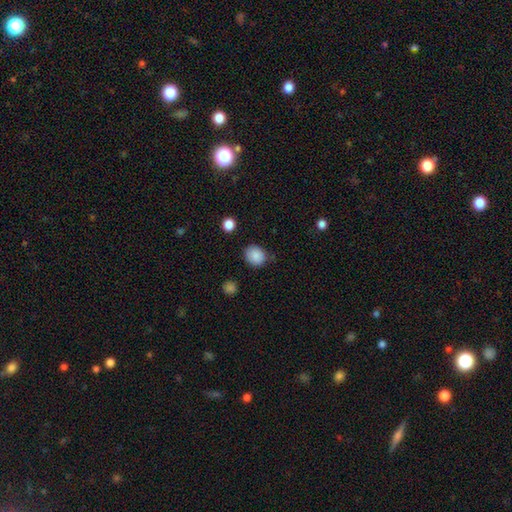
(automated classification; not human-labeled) A smooth galaxy with no disk features (87%) that is round (69%). Merging: none (78%).